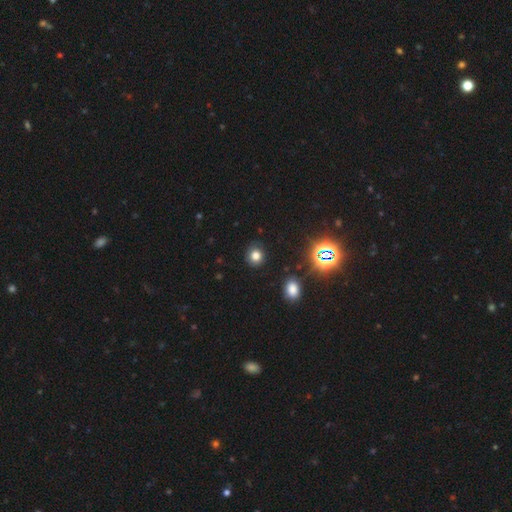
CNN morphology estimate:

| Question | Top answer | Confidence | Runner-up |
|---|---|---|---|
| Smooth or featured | smooth | 75% | star or artifact (18%) |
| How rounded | round | 82% | in between (17%) |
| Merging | none | 86% | minor disturbance (10%) |